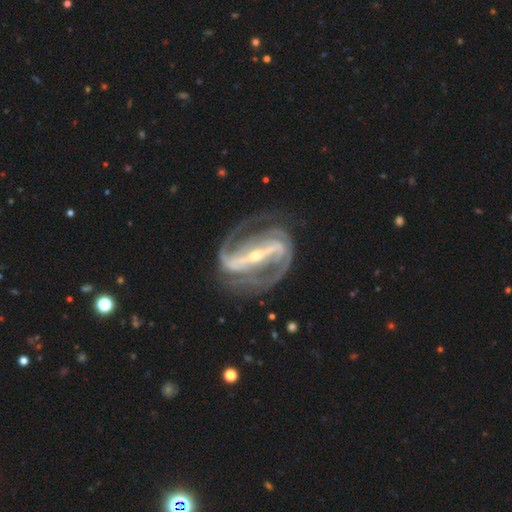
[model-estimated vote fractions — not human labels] smooth-or-featured: featured or disk: 93% | star or artifact: 4% | smooth: 3%
  disk-edge-on: no: 95% | yes: 5%
    bar: strong: 86% | weak: 10% | no: 4%
    has-spiral-arms: yes: 98% | no: 2%
      spiral-winding: medium: 50% | tight: 37% | loose: 13%
      spiral-arm-count: 2: 84% | 3: 7% | can't tell: 4% | 4: 2% | 1: 2% | more than 4: 2%
    bulge-size: small: 70% | moderate: 27% | large: 2% | none: 1% | dominant: 1%
  merging: none: 75% | minor disturbance: 14% | major disturbance: 9% | merger: 2%